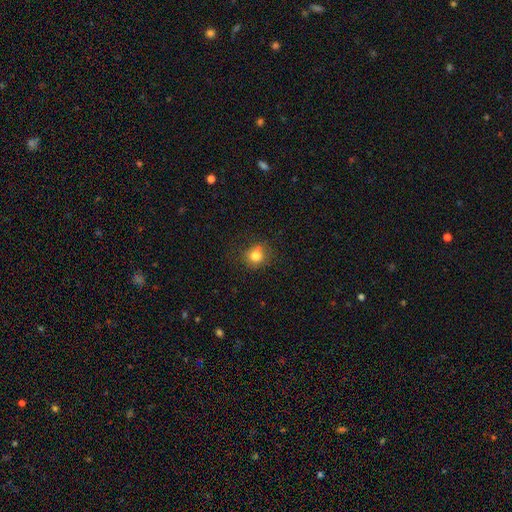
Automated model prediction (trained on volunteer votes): A smooth galaxy with no disk features (81%) that is round (83%).

Vote fractions:
- Smooth or featured? smooth: 81% / star or artifact: 12% / featured or disk: 7%
- How rounded? round: 83% / in between: 16% / cigar-shaped: 1%
- Merging? none: 79% / minor disturbance: 15% / major disturbance: 5% / merger: 2%